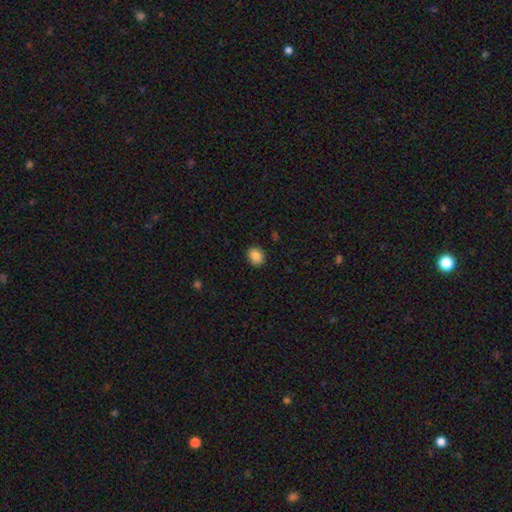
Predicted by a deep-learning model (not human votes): The model was most divided on "how rounded": round: 60%, in between: 39%, cigar-shaped: 1%. More confident: merging — none (90%); smooth or featured — smooth (87%).